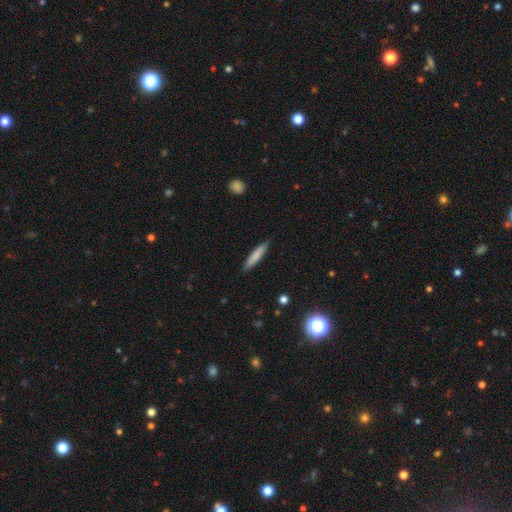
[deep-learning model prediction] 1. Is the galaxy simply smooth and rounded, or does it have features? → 79% smooth, 15% featured or disk, 6% star or artifact.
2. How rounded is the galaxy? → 89% cigar-shaped, 10% in between, 1% round.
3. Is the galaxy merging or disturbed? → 87% none, 10% minor disturbance, 2% major disturbance, 1% merger.